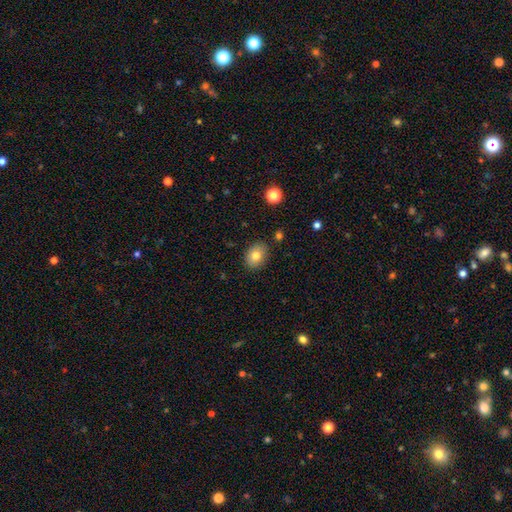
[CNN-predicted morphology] The model was most divided on "how rounded": in between: 71%, round: 28%, cigar-shaped: 1%. More confident: merging — none (86%); smooth or featured — smooth (81%).